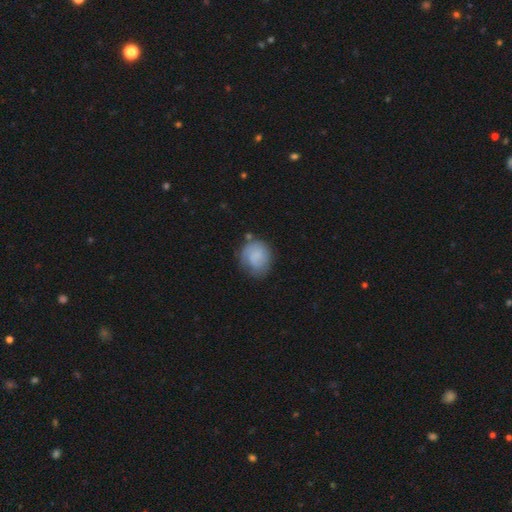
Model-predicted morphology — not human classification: The model was most divided on "merging": none: 57%, minor disturbance: 28%, major disturbance: 11%, merger: 4%. More confident: smooth or featured — smooth (70%); how rounded — round (68%).